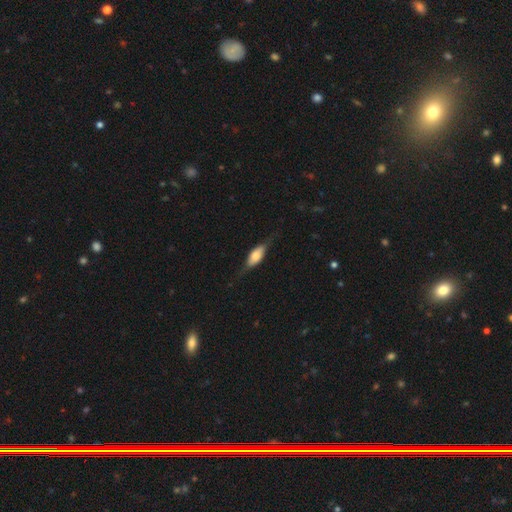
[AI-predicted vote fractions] Q: Smooth or featured?
A: smooth (52%); runner-up: featured or disk (42%)
Q: How rounded?
A: in between (72%); runner-up: cigar-shaped (24%)
Q: Merging?
A: none (70%); runner-up: minor disturbance (21%)